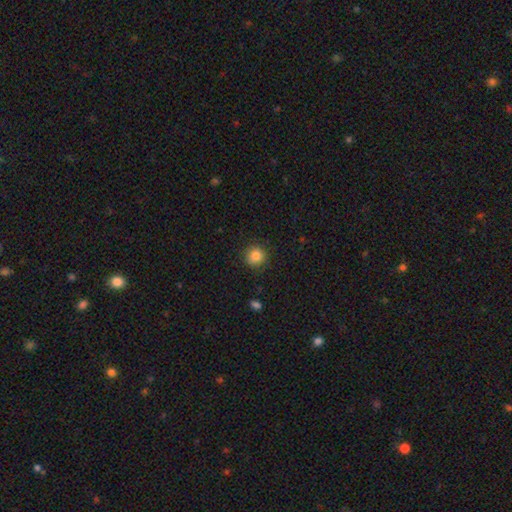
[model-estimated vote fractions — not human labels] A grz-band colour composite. It shows a smooth galaxy with no disk features (85%) that is round (92%). Merging: none (88%).